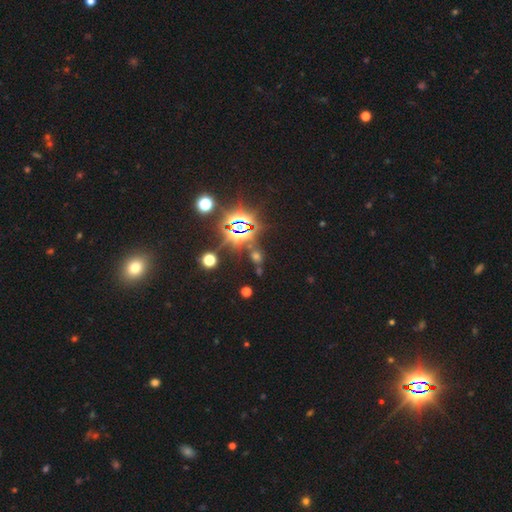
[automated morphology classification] This appears to be a star or artifact, not a galaxy (72%).